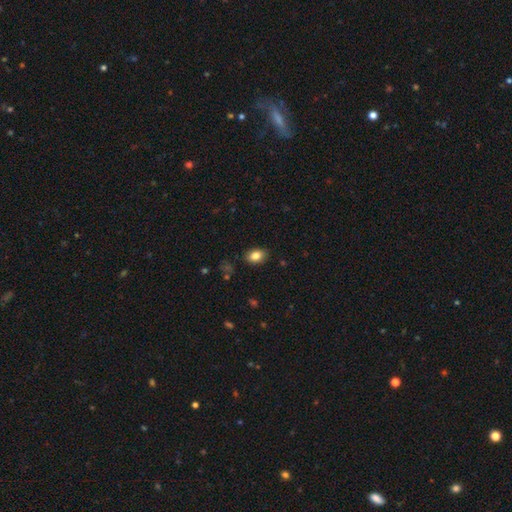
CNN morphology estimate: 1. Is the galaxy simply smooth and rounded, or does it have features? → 84% smooth, 9% star or artifact, 7% featured or disk.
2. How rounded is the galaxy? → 83% in between, 16% round, 1% cigar-shaped.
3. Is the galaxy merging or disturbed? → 86% none, 10% minor disturbance, 2% major disturbance, 1% merger.